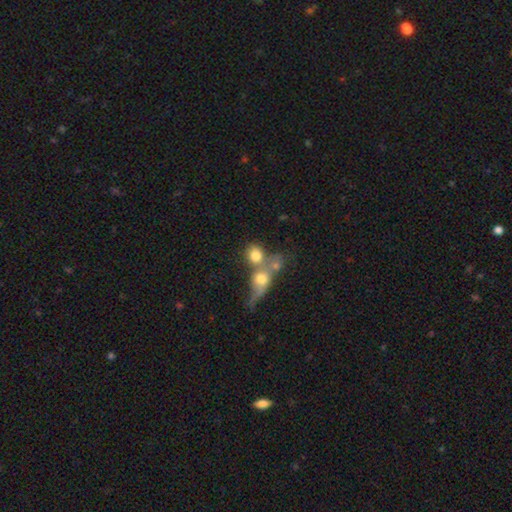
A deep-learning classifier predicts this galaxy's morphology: type=smooth (72%); roundness=round (69%); merging=merger (56%).